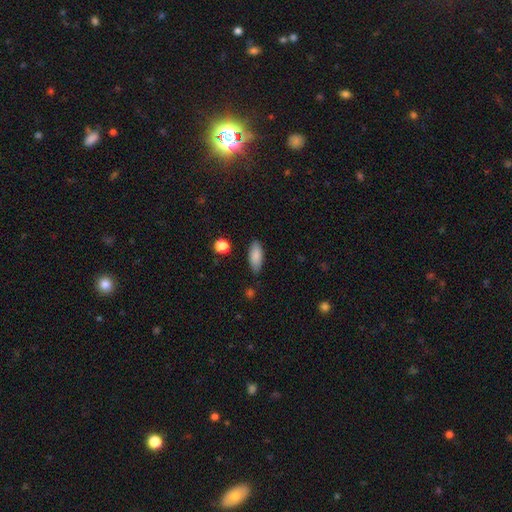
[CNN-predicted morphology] Overall: smooth (86%). How rounded: in between (79%). Merging: none (81%).